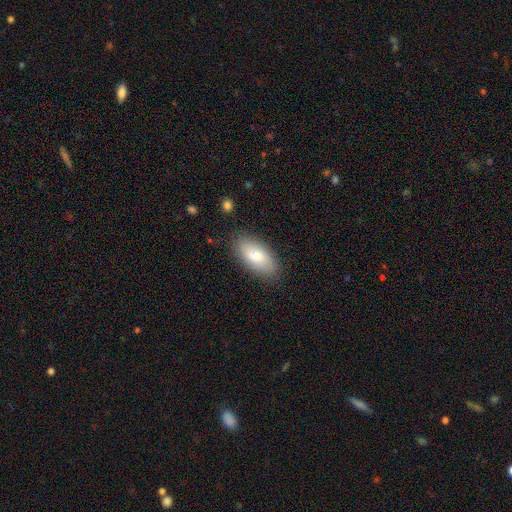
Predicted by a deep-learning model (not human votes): Smooth or featured?
  - smooth: 78% *
  - featured or disk: 15%
  - star or artifact: 6%
How rounded?
  - in between: 91% *
  - cigar-shaped: 6%
  - round: 3%
Merging?
  - none: 84% *
  - minor disturbance: 12%
  - major disturbance: 3%
  - merger: 1%